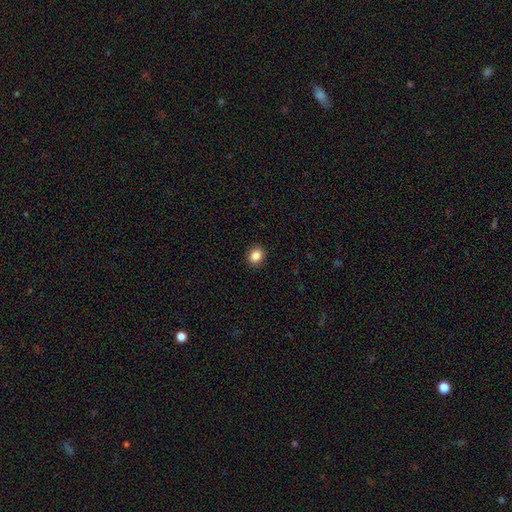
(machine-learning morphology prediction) smooth_or_featured: smooth (p=0.87) [alt: star or artifact p=0.09]
how_rounded: round (p=0.59) [alt: in between p=0.40]
merging: none (p=0.90) [alt: minor disturbance p=0.07]